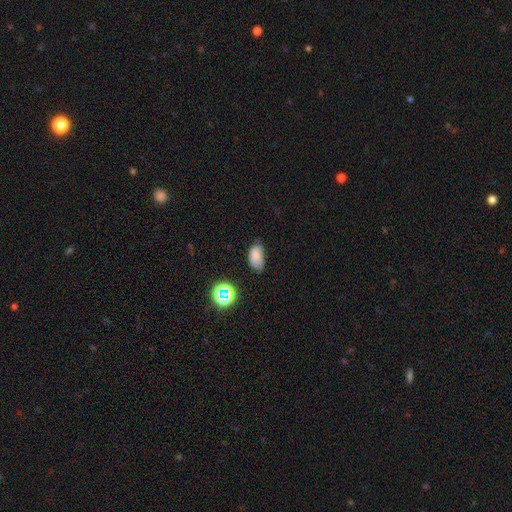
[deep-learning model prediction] smooth_or_featured: smooth (p=0.74) [alt: star or artifact p=0.15]
how_rounded: in between (p=0.90) [alt: round p=0.08]
merging: none (p=0.48) [alt: minor disturbance p=0.38]